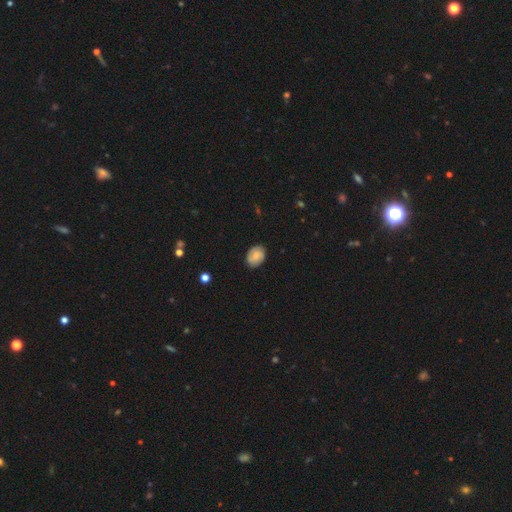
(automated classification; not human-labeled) The model was most divided on "how rounded": in between: 63%, round: 36%, cigar-shaped: 1%. More confident: merging — none (82%); smooth or featured — smooth (65%).